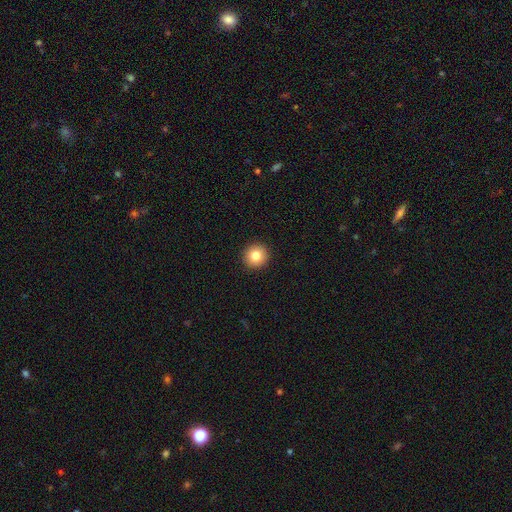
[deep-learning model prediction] A smooth galaxy with no disk features (82%) that is round (95%). Merging: none (93%).